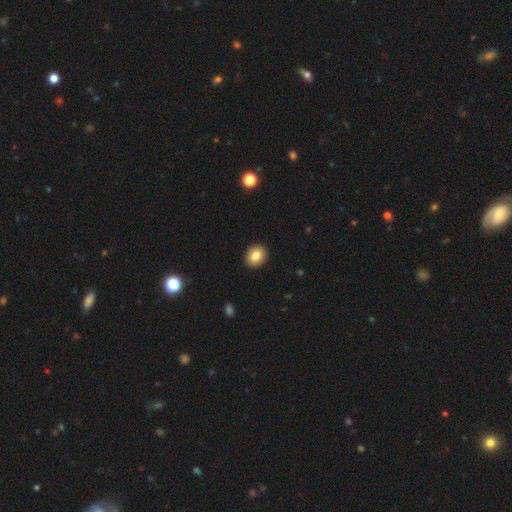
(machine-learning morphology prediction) smooth_or_featured: smooth (p=0.83) [alt: star or artifact p=0.09]
how_rounded: round (p=0.66) [alt: in between p=0.33]
merging: none (p=0.92) [alt: minor disturbance p=0.05]